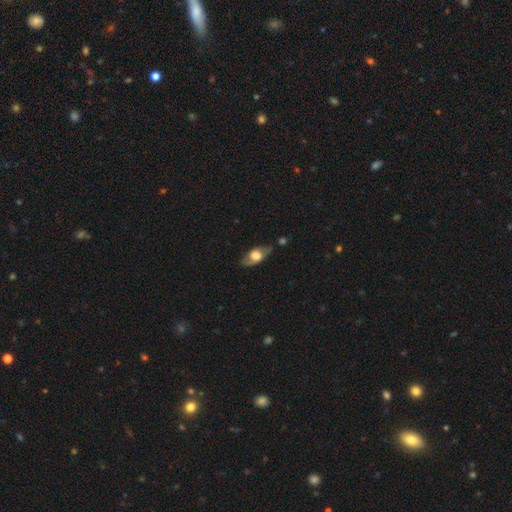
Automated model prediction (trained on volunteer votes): Smooth or featured? Predicted: smooth (p=0.47). Merging? Predicted: none (p=0.69).